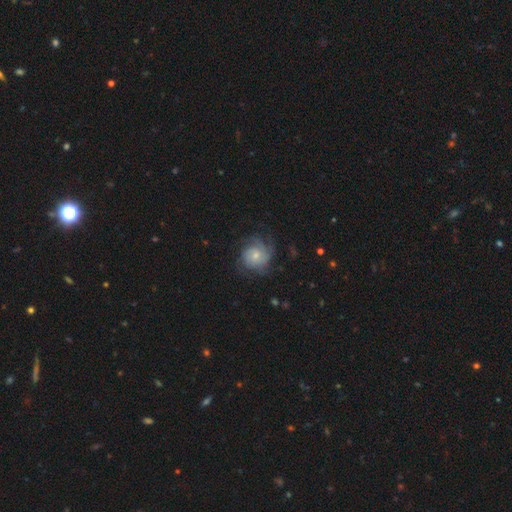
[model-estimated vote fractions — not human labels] Smooth or featured?
  - featured or disk: 73% *
  - smooth: 20%
  - star or artifact: 7%
Edge-on disk?
  - no: 98% *
  - yes: 2%
Bar?
  - no: 74% *
  - weak: 23%
  - strong: 3%
Spiral arms?
  - yes: 93% *
  - no: 7%
Spiral winding?
  - tight: 58% *
  - medium: 32%
  - loose: 11%
Spiral arm count?
  - can't tell: 33% *
  - 3: 24%
  - 4: 18%
  - 2: 12%
  - more than 4: 7%
  - 1: 6%
Bulge size?
  - small: 51% *
  - moderate: 42%
  - large: 3%
  - none: 3%
  - dominant: 1%
Merging?
  - none: 67% *
  - minor disturbance: 19%
  - major disturbance: 12%
  - merger: 1%